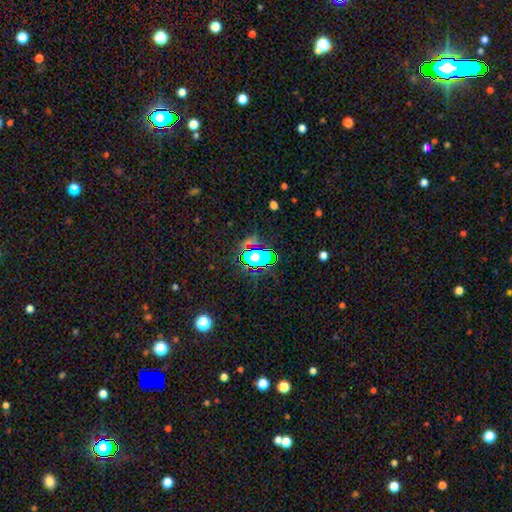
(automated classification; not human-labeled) smooth-or-featured: star or artifact: 63% | smooth: 25% | featured or disk: 11%